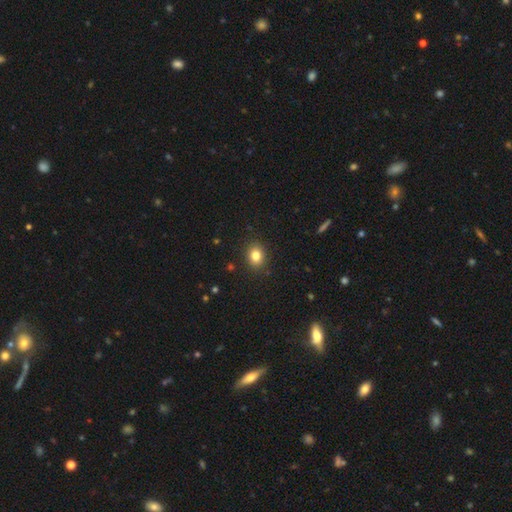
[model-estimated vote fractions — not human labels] Q: Smooth or featured?
A: smooth (82%); runner-up: star or artifact (11%)
Q: How rounded?
A: round (51%); runner-up: in between (48%)
Q: Merging?
A: none (89%); runner-up: minor disturbance (8%)